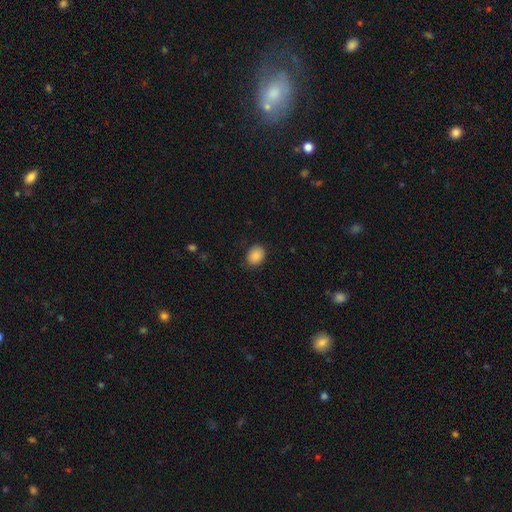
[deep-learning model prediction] A smooth galaxy with no disk features (88%) that is in between round and cigar-shaped (61%).

Vote fractions:
- Smooth or featured? smooth: 88% / star or artifact: 8% / featured or disk: 4%
- How rounded? in between: 61% / round: 38% / cigar-shaped: 1%
- Merging? none: 82% / minor disturbance: 14% / major disturbance: 3% / merger: 1%